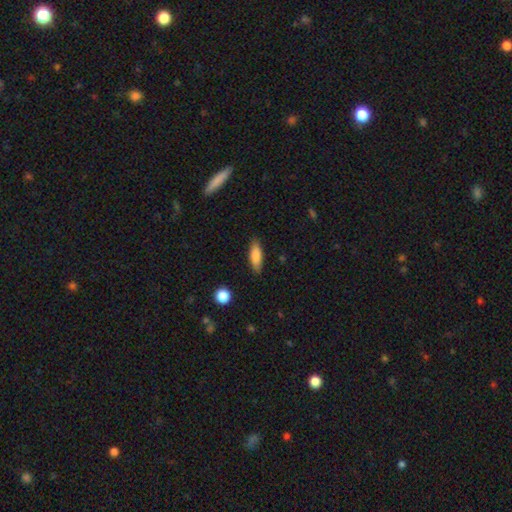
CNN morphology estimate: A smooth galaxy with no disk features (81%) that is in between round and cigar-shaped (53%).

Vote fractions:
- Smooth or featured? smooth: 81% / featured or disk: 12% / star or artifact: 7%
- How rounded? in between: 53% / cigar-shaped: 45% / round: 2%
- Merging? none: 86% / minor disturbance: 10% / major disturbance: 2% / merger: 1%